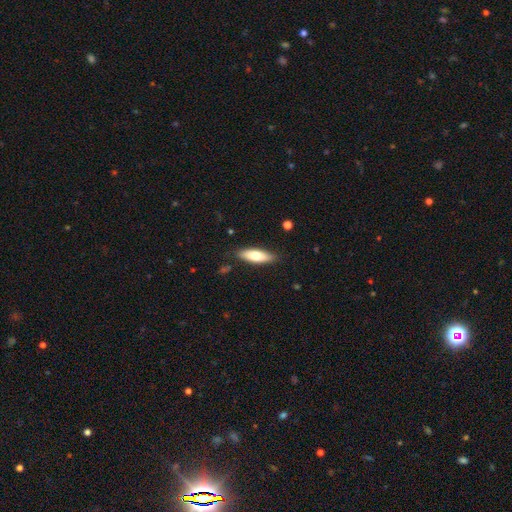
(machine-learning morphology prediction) smooth-or-featured: smooth: 71% | featured or disk: 23% | star or artifact: 6%
  how-rounded: in between: 59% | cigar-shaped: 39% | round: 2%
  merging: none: 85% | minor disturbance: 11% | major disturbance: 2% | merger: 1%